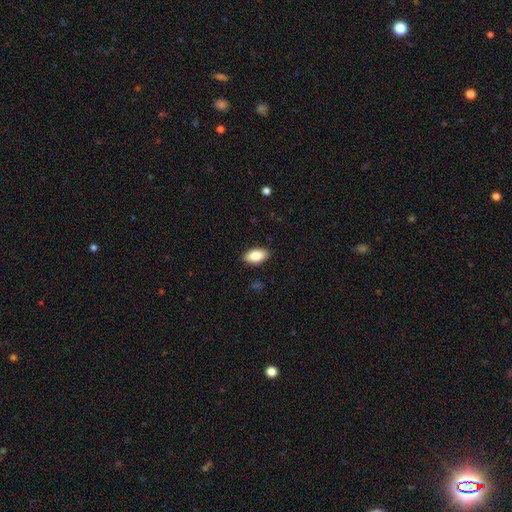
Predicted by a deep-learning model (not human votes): Smooth or featured? Predicted: smooth (p=0.85). How rounded? Predicted: in between (p=0.92). Merging? Predicted: none (p=0.89).